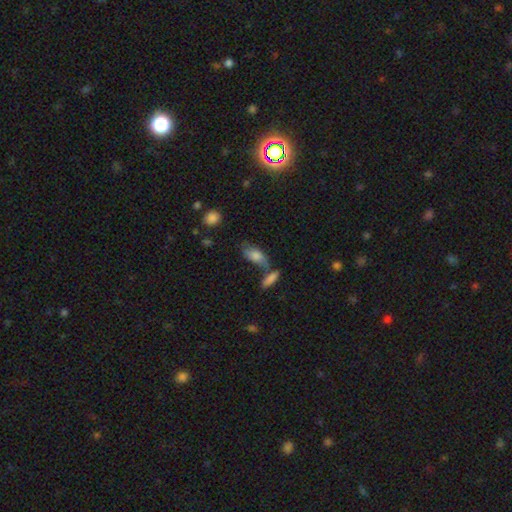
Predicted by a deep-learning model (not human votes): Q: Smooth or featured?
A: smooth (71%); runner-up: featured or disk (21%)
Q: How rounded?
A: in between (83%); runner-up: cigar-shaped (13%)
Q: Merging?
A: none (49%); runner-up: merger (25%)